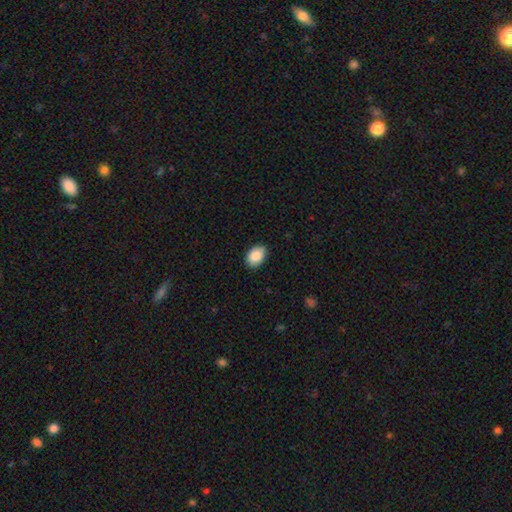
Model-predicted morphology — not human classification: Smooth or featured: smooth — 86% (featured or disk — 7%)
How rounded: in between — 83% (round — 16%)
Merging: none — 83% (minor disturbance — 14%)